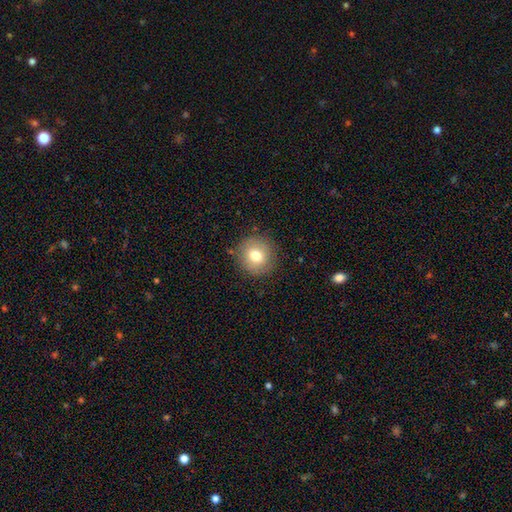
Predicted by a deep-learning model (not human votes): Morphology: type=smooth (76%); roundness=round (93%); merging=none (86%).